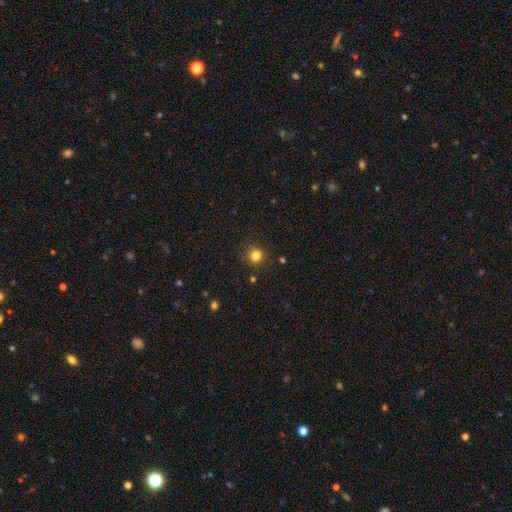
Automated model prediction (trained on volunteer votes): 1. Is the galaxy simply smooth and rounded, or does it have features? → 81% smooth, 14% star or artifact, 5% featured or disk.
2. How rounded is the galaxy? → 93% round, 6% in between, 1% cigar-shaped.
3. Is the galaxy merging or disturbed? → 88% none, 8% minor disturbance, 2% major disturbance, 2% merger.